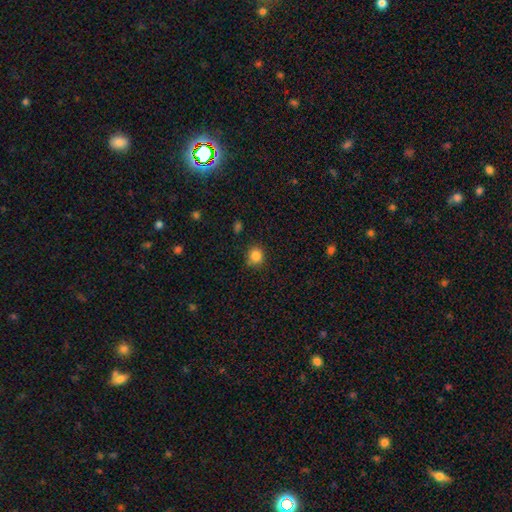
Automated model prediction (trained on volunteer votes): Smooth or featured? Predicted: smooth (p=0.85). How rounded? Predicted: round (p=0.84). Merging? Predicted: none (p=0.82).